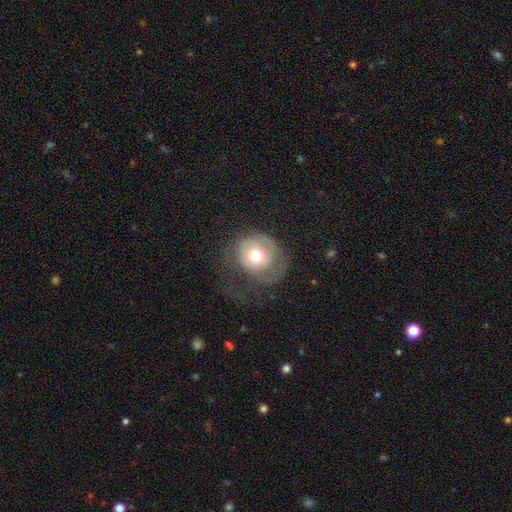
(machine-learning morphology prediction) Smooth or featured?
  - smooth: 55% *
  - featured or disk: 36%
  - star or artifact: 9%
How rounded?
  - round: 80% *
  - in between: 19%
  - cigar-shaped: 1%
Merging?
  - none: 42% *
  - major disturbance: 33%
  - minor disturbance: 24%
  - merger: 2%